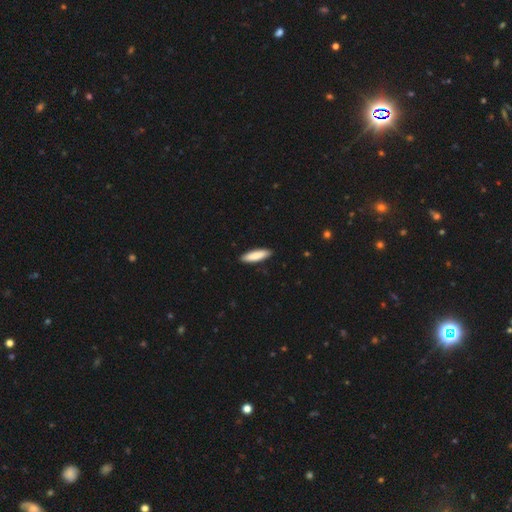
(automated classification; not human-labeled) The model was most divided on "how rounded": cigar-shaped: 66%, in between: 32%, round: 1%. More confident: merging — none (90%); smooth or featured — smooth (86%).